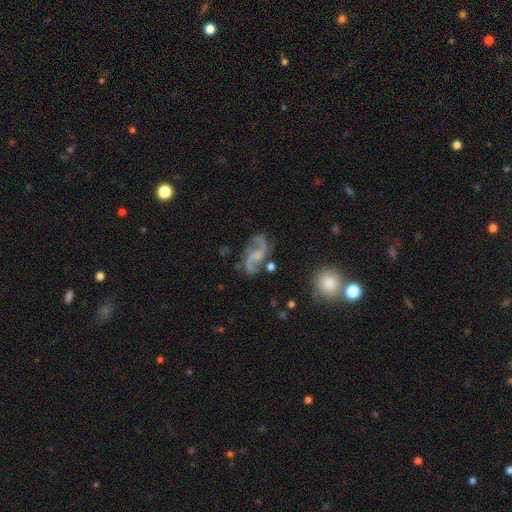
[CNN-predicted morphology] A featured or disk galaxy (88%) with a weak bar (45%), 2 (93%) loose (60%) spiral arms (97%) and no central bulge (43%).

Vote fractions:
- Smooth or featured? featured or disk: 88% / smooth: 6% / star or artifact: 6%
- Edge-on disk? no: 98% / yes: 2%
- Bar? weak: 45% / no: 44% / strong: 12%
- Spiral arms? yes: 97% / no: 3%
- Spiral winding? loose: 60% / medium: 34% / tight: 6%
- Spiral arm count? 2: 93% / can't tell: 2% / 1: 1% / 3: 1% / 4: 1% / more than 4: 1%
- Bulge size? none: 43% / small: 34% / moderate: 19% / large: 3% / dominant: 1%
- Merging? none: 71% / minor disturbance: 17% / major disturbance: 8% / merger: 4%